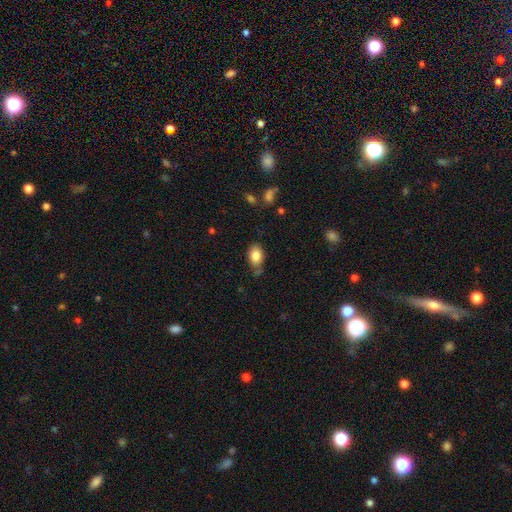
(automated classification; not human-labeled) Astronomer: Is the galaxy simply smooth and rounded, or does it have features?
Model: smooth — 84%.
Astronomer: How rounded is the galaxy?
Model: in between — 85%.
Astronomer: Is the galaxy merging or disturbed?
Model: none — 70%.